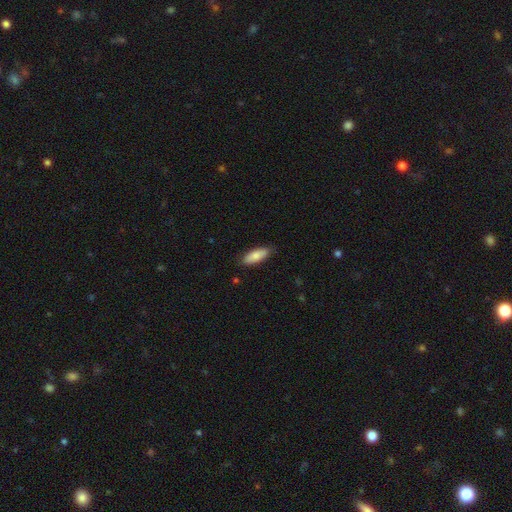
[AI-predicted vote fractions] Smooth or featured? smooth (81%)
How rounded? in between (69%)
Merging? none (84%)